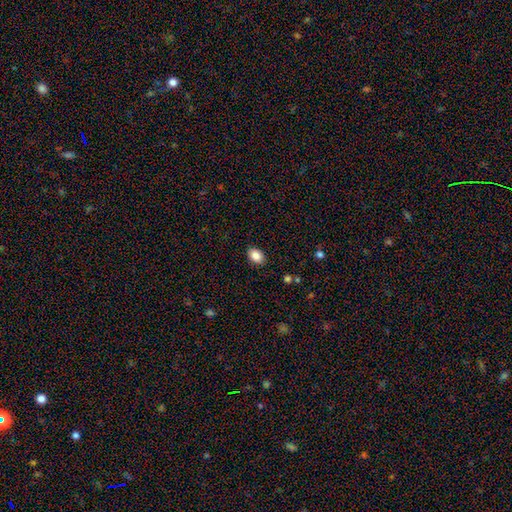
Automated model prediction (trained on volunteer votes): This is clearly a smooth galaxy (87%). How rounded: likely in between (79%). Merging: clearly none (88%).